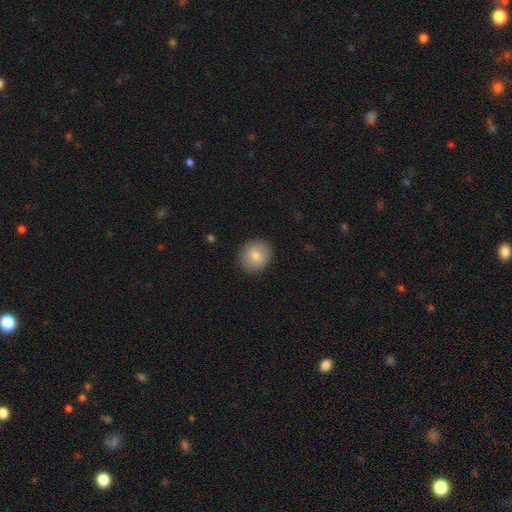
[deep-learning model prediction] This is clearly a smooth galaxy (81%). How rounded: likely round (79%). Merging: clearly none (88%).